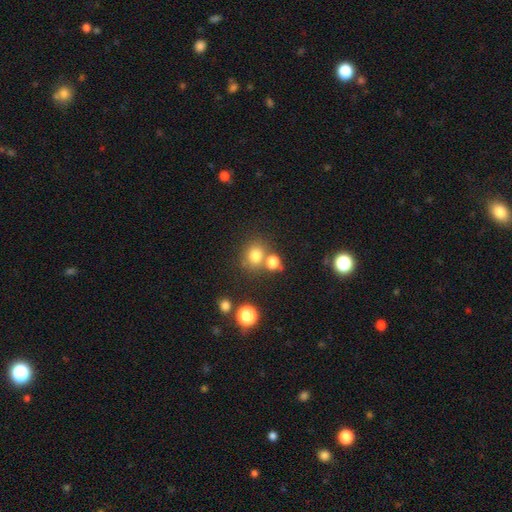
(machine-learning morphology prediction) Q: Smooth or featured?
A: smooth (76%); runner-up: star or artifact (16%)
Q: How rounded?
A: round (76%); runner-up: in between (23%)
Q: Merging?
A: none (63%); runner-up: merger (23%)